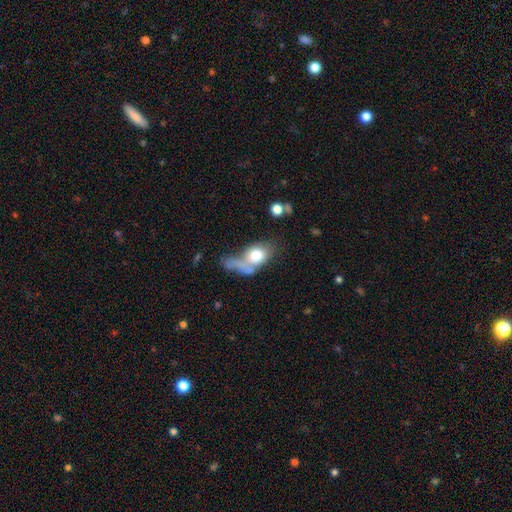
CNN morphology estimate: Smooth or featured: smooth — 71% (featured or disk — 20%)
How rounded: in between — 70% (round — 26%)
Merging: merger — 34% (major disturbance — 28%)